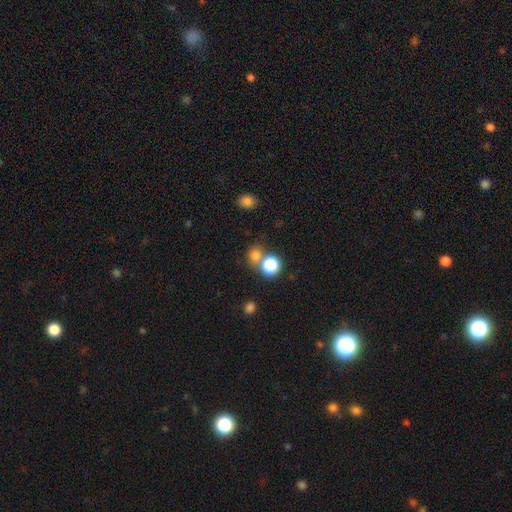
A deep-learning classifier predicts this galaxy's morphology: type=smooth (75%); roundness=round (84%); merging=none (61%).